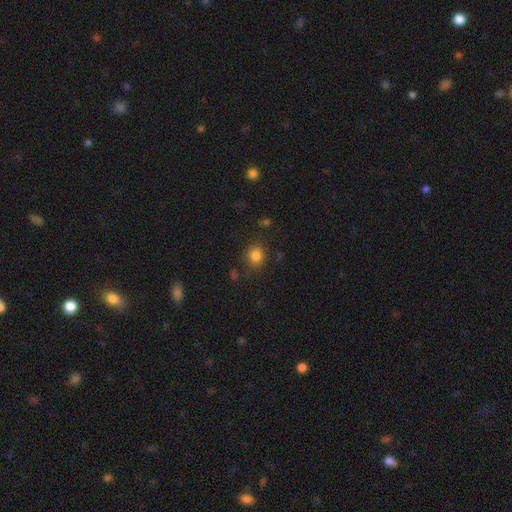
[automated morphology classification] This is clearly a smooth galaxy (83%). How rounded: clearly round (81%). Merging: clearly none (82%).